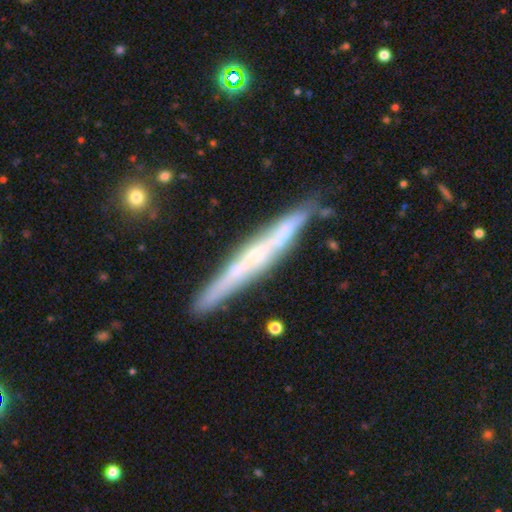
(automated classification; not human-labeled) This is likely a featured or disk galaxy (71%). It is clearly viewed edge-on (92%). Edge-on bulge: likely none (62%). Merging: clearly none (83%).